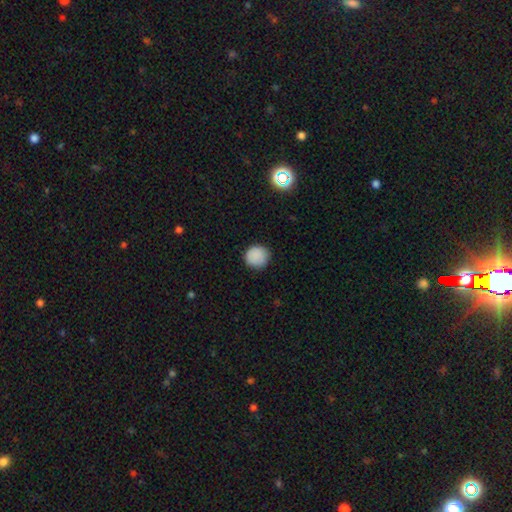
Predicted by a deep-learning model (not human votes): smooth-or-featured: smooth: 88% | star or artifact: 9% | featured or disk: 3%
  how-rounded: round: 92% | in between: 7% | cigar-shaped: 1%
  merging: none: 87% | minor disturbance: 10% | major disturbance: 2% | merger: 1%